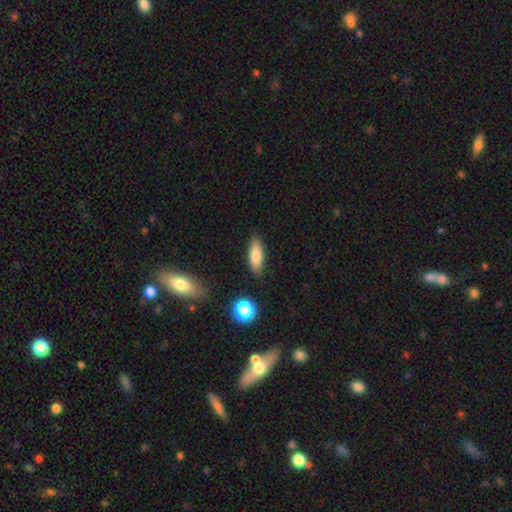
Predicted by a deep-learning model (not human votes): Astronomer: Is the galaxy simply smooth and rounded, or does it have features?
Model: smooth — 79%.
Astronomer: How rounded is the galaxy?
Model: in between — 63%.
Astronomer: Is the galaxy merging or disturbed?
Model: none — 84%.